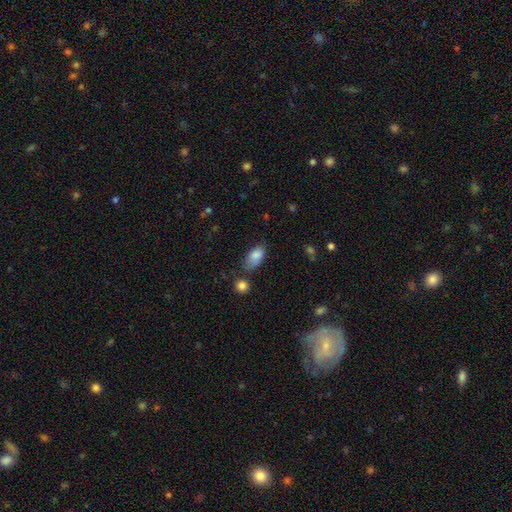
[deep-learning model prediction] Smooth or featured? Predicted: smooth (p=0.84). How rounded? Predicted: in between (p=0.92). Merging? Predicted: none (p=0.59).